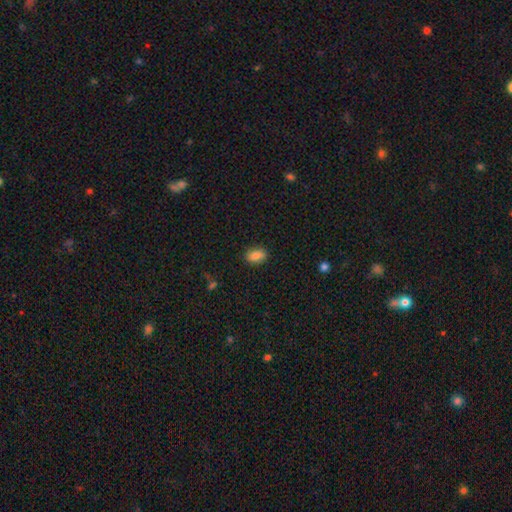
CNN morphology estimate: Smooth or featured? smooth (86%)
How rounded? in between (86%)
Merging? none (86%)